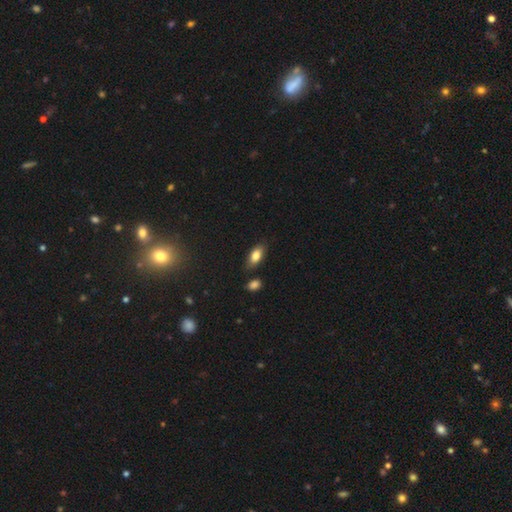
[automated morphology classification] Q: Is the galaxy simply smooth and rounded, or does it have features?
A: smooth — 81%.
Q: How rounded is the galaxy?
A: in between — 86%.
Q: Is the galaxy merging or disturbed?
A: none — 78%.